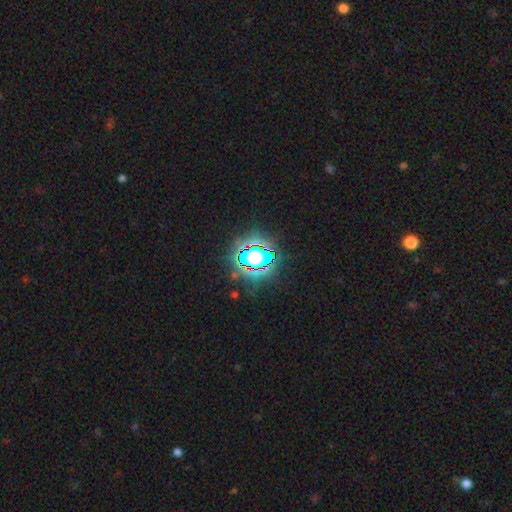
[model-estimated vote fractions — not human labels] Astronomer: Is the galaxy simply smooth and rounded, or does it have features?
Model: star or artifact — 79%.